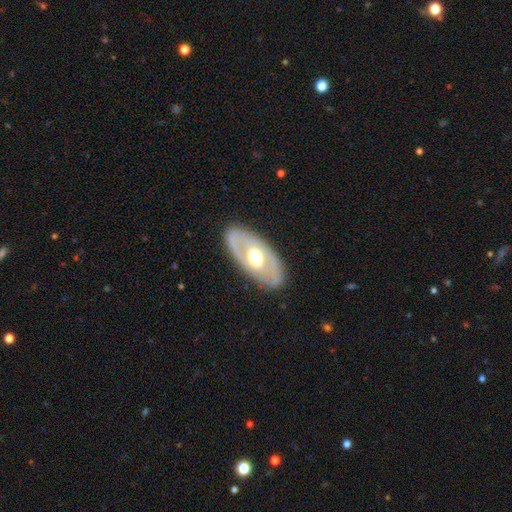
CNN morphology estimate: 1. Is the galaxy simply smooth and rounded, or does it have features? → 66% featured or disk, 28% smooth, 5% star or artifact.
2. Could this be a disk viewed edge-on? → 85% no, 15% yes.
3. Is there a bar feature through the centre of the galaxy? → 71% no, 21% weak, 9% strong.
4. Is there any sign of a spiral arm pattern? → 69% no, 31% yes.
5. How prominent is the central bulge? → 68% moderate, 25% large, 5% small, 1% dominant, 1% none.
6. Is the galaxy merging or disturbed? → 84% none, 11% minor disturbance, 4% major disturbance, 1% merger.